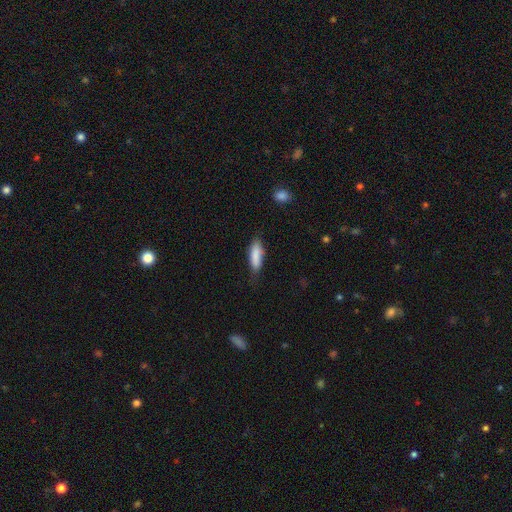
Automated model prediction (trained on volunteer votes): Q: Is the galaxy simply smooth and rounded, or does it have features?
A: smooth — 86%.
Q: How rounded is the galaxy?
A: in between — 56%.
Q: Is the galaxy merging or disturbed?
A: none — 66%.